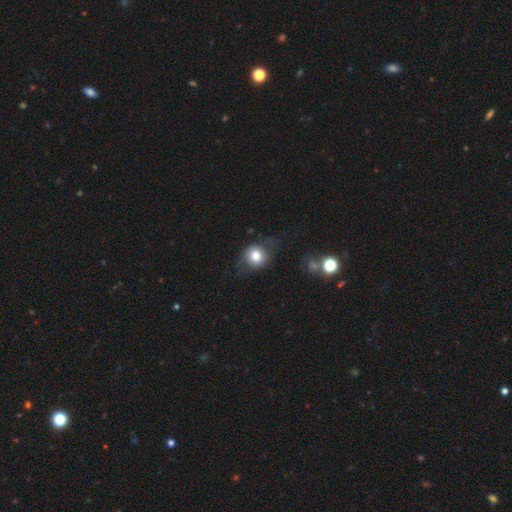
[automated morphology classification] Smooth or featured?
  - smooth: 75% *
  - featured or disk: 16%
  - star or artifact: 9%
How rounded?
  - round: 75% *
  - in between: 24%
  - cigar-shaped: 1%
Merging?
  - none: 59% *
  - minor disturbance: 24%
  - major disturbance: 14%
  - merger: 3%